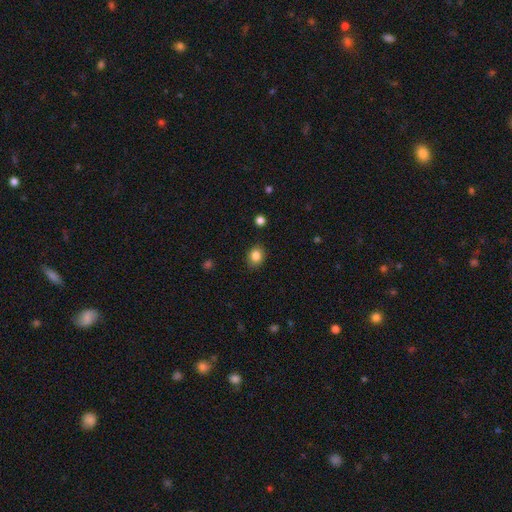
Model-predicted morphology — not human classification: smooth-or-featured: smooth: 84% | star or artifact: 10% | featured or disk: 6%
  how-rounded: round: 59% | in between: 40% | cigar-shaped: 1%
  merging: none: 88% | minor disturbance: 9% | major disturbance: 2% | merger: 1%